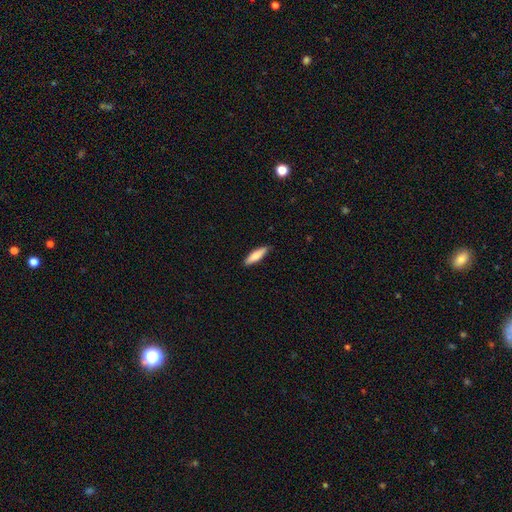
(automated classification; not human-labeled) Smooth or featured: smooth — 75% (featured or disk — 20%)
How rounded: cigar-shaped — 67% (in between — 31%)
Merging: none — 88% (minor disturbance — 10%)